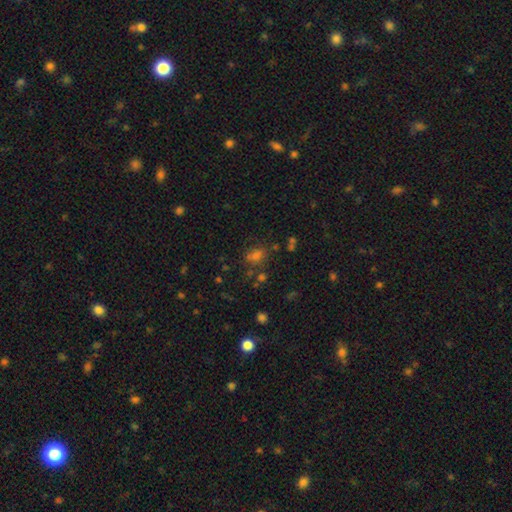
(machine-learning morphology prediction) Smooth or featured?
  - smooth: 60% *
  - star or artifact: 32%
  - featured or disk: 8%
How rounded?
  - in between: 63% *
  - round: 34%
  - cigar-shaped: 2%
Merging?
  - none: 66% *
  - minor disturbance: 16%
  - merger: 10%
  - major disturbance: 8%